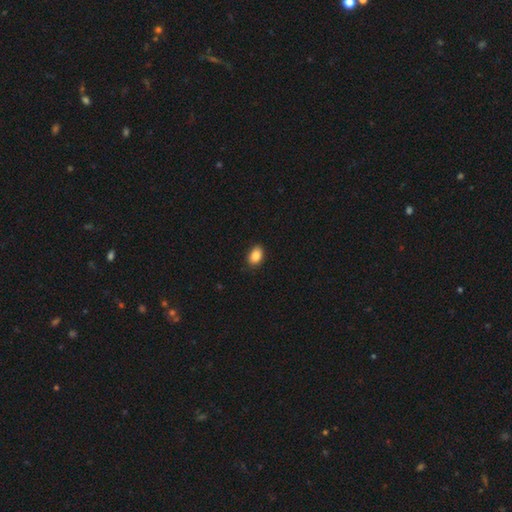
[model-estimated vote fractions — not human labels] Smooth or featured: smooth — 88% (star or artifact — 8%)
How rounded: in between — 81% (round — 18%)
Merging: none — 88% (minor disturbance — 9%)